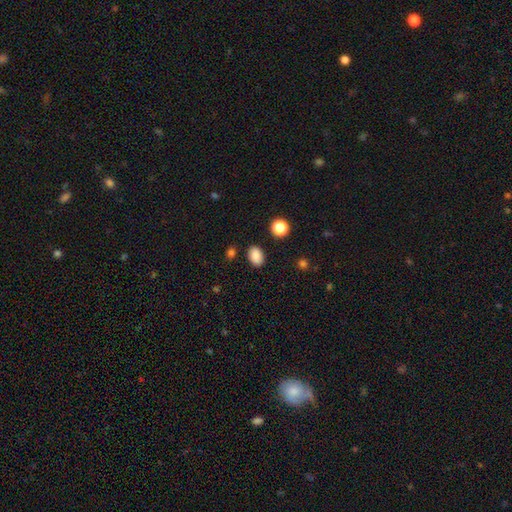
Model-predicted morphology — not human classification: Smooth or featured: smooth — 87% (star or artifact — 10%)
How rounded: in between — 80% (round — 19%)
Merging: none — 86% (minor disturbance — 9%)